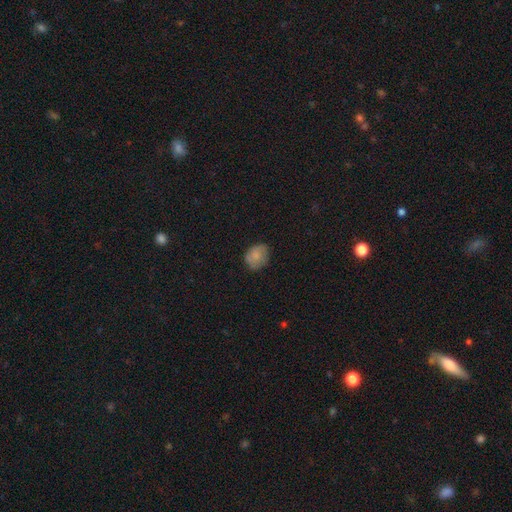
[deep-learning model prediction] smooth-or-featured: smooth: 80% | featured or disk: 11% | star or artifact: 8%
  how-rounded: round: 56% | in between: 43% | cigar-shaped: 1%
  merging: none: 71% | minor disturbance: 23% | major disturbance: 5% | merger: 1%